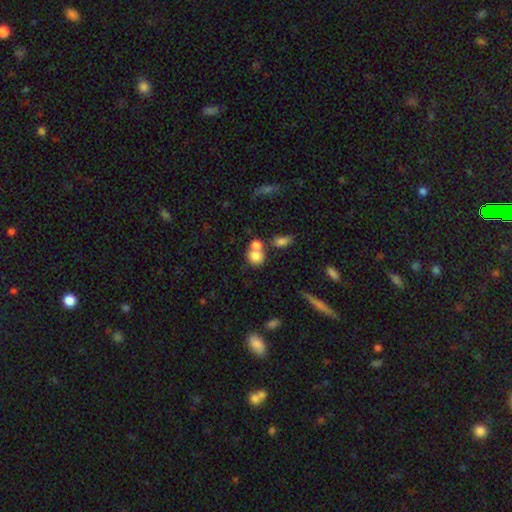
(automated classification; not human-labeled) smooth_or_featured: smooth (p=0.77) [alt: featured or disk p=0.12]
how_rounded: round (p=0.72) [alt: in between p=0.27]
merging: merger (p=0.48) [alt: none p=0.38]